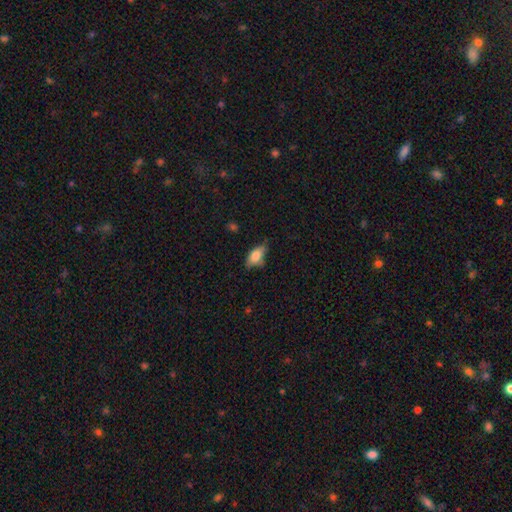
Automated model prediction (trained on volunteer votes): A smooth galaxy with no disk features (74%) that is in between round and cigar-shaped (86%).

Vote fractions:
- Smooth or featured? smooth: 74% / featured or disk: 18% / star or artifact: 8%
- How rounded? in between: 86% / cigar-shaped: 9% / round: 5%
- Merging? none: 57% / minor disturbance: 32% / major disturbance: 8% / merger: 3%